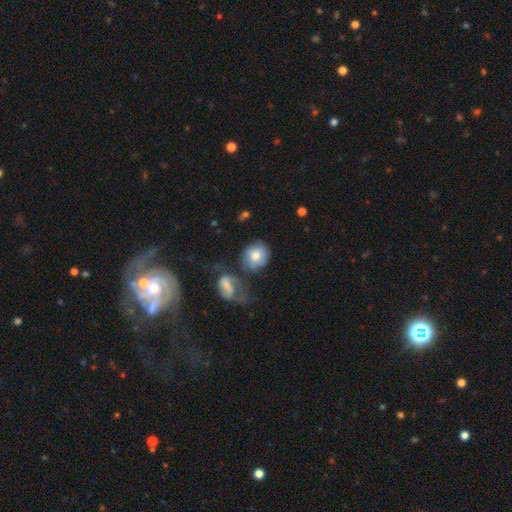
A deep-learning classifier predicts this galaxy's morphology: type=smooth (60%); roundness=round (76%); merging=none (44%).